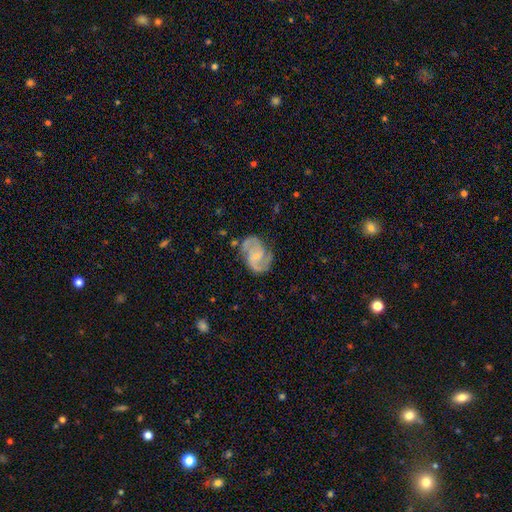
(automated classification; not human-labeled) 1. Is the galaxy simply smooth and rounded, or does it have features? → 85% featured or disk, 10% smooth, 5% star or artifact.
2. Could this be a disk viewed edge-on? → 98% no, 2% yes.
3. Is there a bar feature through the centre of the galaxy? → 49% no, 42% weak, 9% strong.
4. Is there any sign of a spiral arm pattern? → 96% yes, 4% no.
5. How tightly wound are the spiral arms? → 55% medium, 23% loose, 22% tight.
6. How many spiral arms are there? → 88% 2, 4% can't tell, 4% 3, 2% 1, 1% 4, 1% more than 4.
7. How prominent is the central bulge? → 60% small, 24% moderate, 14% none, 2% large, 1% dominant.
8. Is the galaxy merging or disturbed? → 69% none, 20% minor disturbance, 8% major disturbance, 3% merger.